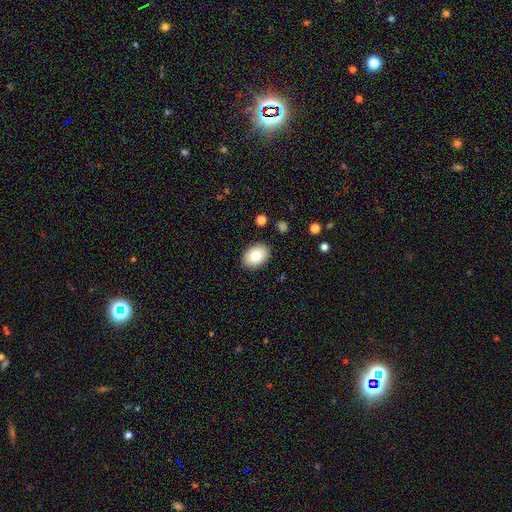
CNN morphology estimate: type=smooth (80%); roundness=in between (78%); merging=none (89%).